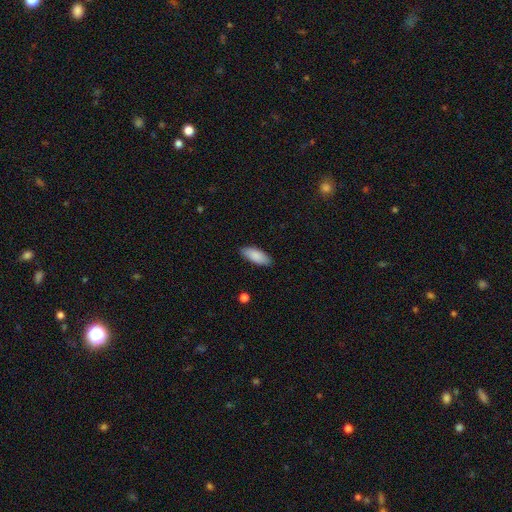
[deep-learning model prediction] smooth 88%, featured or disk 7%, star or artifact 6%. Down the decision tree: how rounded — in between (83%); merging — none (88%).